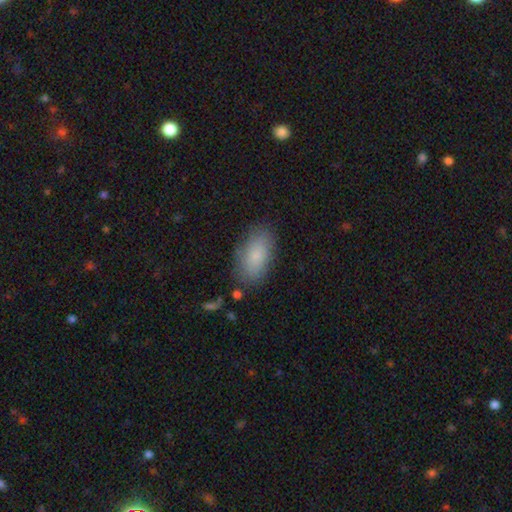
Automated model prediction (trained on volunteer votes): smooth 83%, featured or disk 10%, star or artifact 7%. Down the decision tree: how rounded — in between (93%); merging — none (81%).